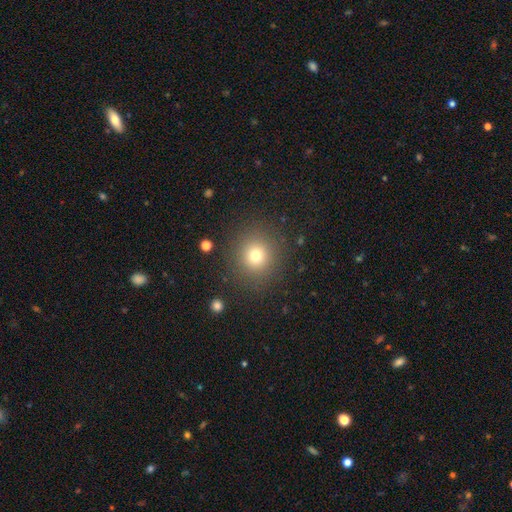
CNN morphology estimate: type=smooth (73%); roundness=round (91%); merging=none (87%).